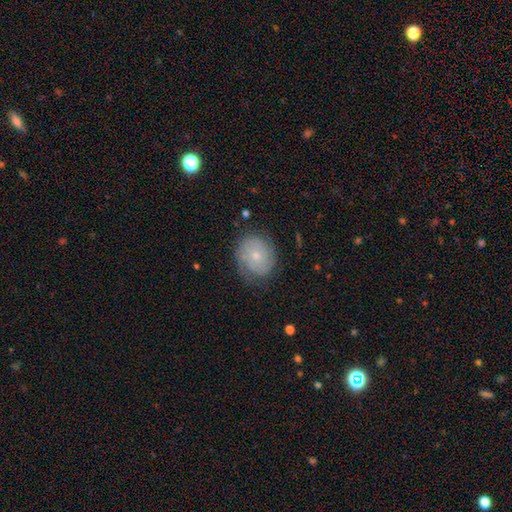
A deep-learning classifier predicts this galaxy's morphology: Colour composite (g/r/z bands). It shows a featured or disk galaxy (55%) with no bar (83%), spiral arms (81%) and a small central bulge (69%). Merging: none (71%).